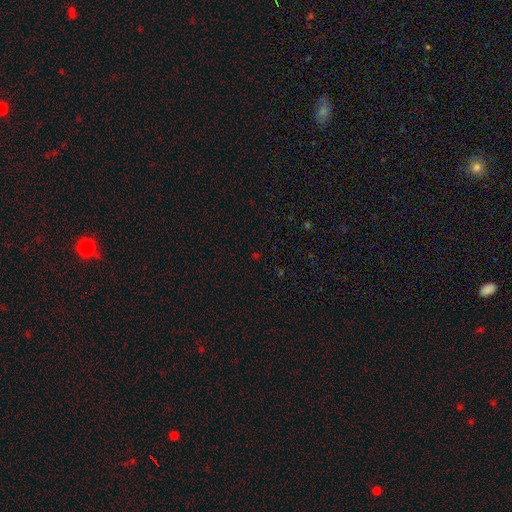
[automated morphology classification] The model was most divided on "smooth or featured": star or artifact: 64%, smooth: 30%, featured or disk: 7%.